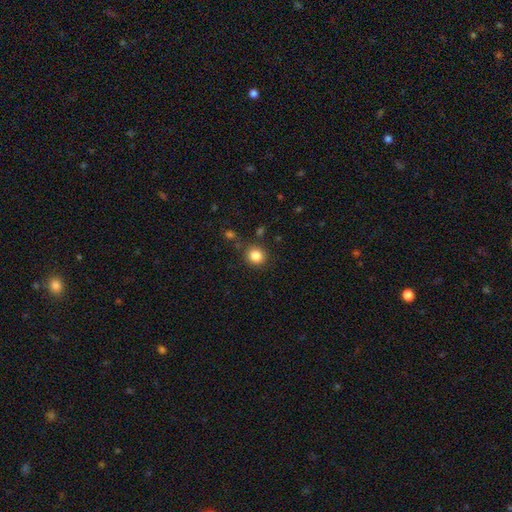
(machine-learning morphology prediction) A smooth galaxy with no disk features (85%) that is round (86%).

Vote fractions:
- Smooth or featured? smooth: 85% / star or artifact: 11% / featured or disk: 5%
- How rounded? round: 86% / in between: 13% / cigar-shaped: 1%
- Merging? none: 85% / minor disturbance: 9% / merger: 4% / major disturbance: 3%